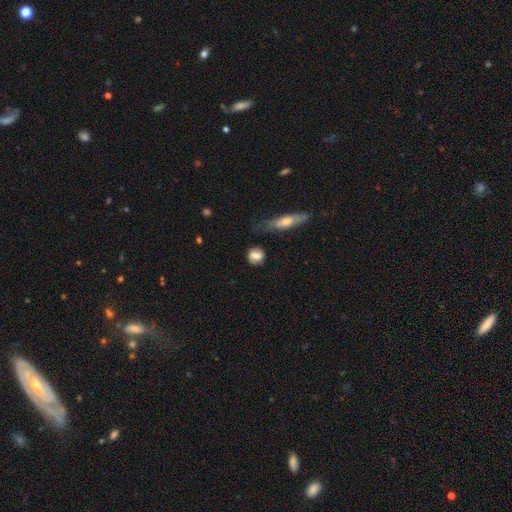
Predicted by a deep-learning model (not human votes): smooth_or_featured: smooth (p=0.72) [alt: featured or disk p=0.19]
how_rounded: round (p=0.53) [alt: in between p=0.41]
merging: none (p=0.68) [alt: minor disturbance p=0.20]